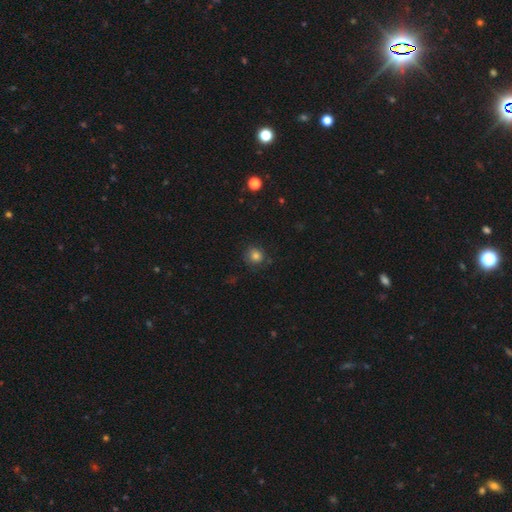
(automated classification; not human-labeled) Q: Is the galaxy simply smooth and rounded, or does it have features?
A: smooth — 79%.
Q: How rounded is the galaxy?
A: round — 82%.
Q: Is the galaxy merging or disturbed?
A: none — 76%.